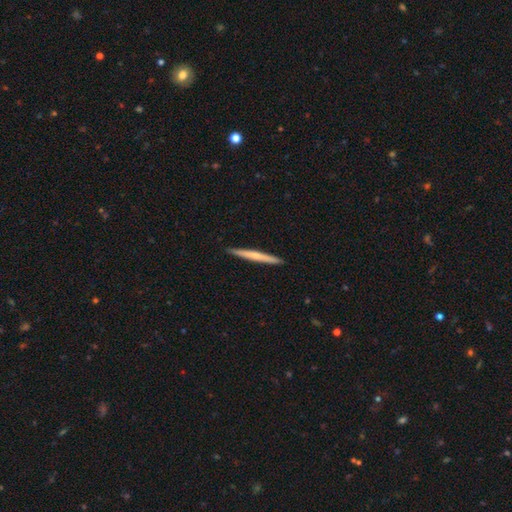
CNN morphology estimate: type=smooth (52%); roundness=cigar-shaped (97%); merging=none (92%).